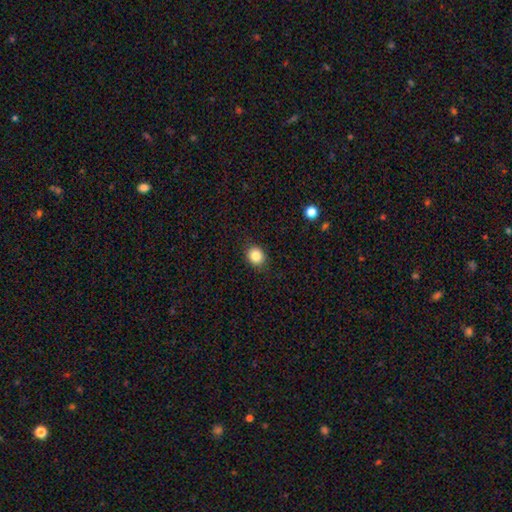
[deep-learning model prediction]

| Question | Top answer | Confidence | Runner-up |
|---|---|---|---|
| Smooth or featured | smooth | 84% | star or artifact (10%) |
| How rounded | round | 70% | in between (29%) |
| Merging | none | 88% | minor disturbance (9%) |